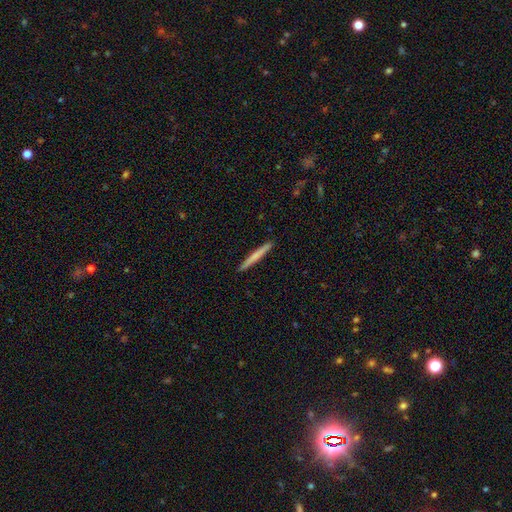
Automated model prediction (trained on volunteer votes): This appears to be a smooth galaxy with no disk features (62%) that is cigar-shaped (97%). Merging: none (93%).